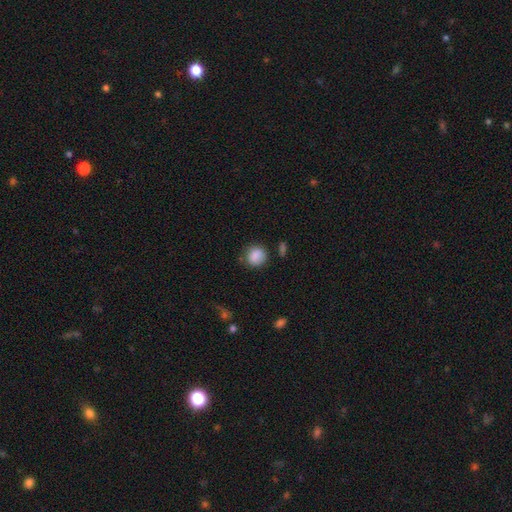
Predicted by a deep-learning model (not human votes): The model was most divided on "how rounded": round: 75%, in between: 24%, cigar-shaped: 1%. More confident: smooth or featured — smooth (87%); merging — none (72%).